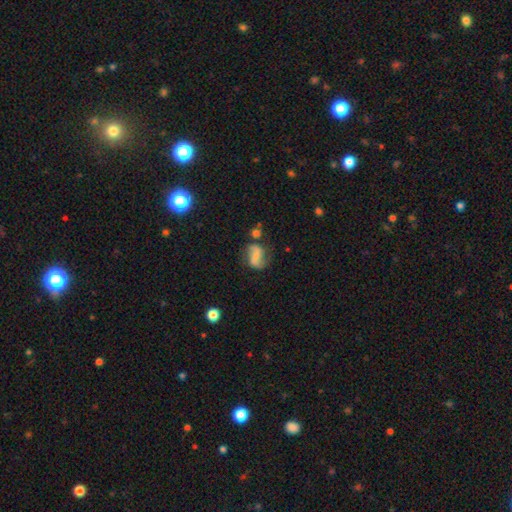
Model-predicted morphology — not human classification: This is likely a featured or disk galaxy (65%). It is clearly not viewed edge-on (97%). Bar: marginally weak (38%). Spiral arm pattern: clearly yes (89%). Spiral arm count: clearly 2 (88%). Spiral winding: likely loose (60%). Central bulge: marginally small (41%). Merging: possibly none (60%).